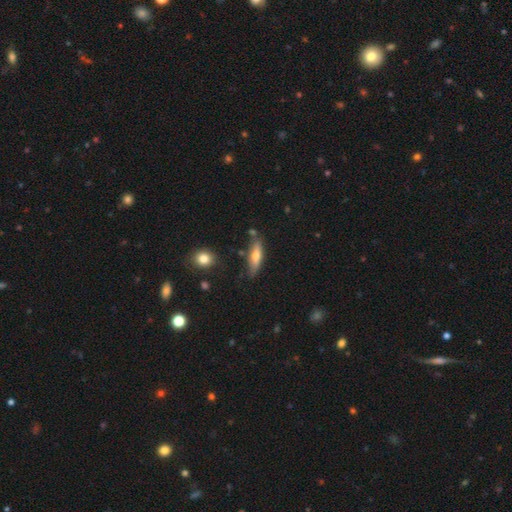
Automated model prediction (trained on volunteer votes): Smooth or featured? smooth (56%)
How rounded? cigar-shaped (62%)
Merging? none (74%)